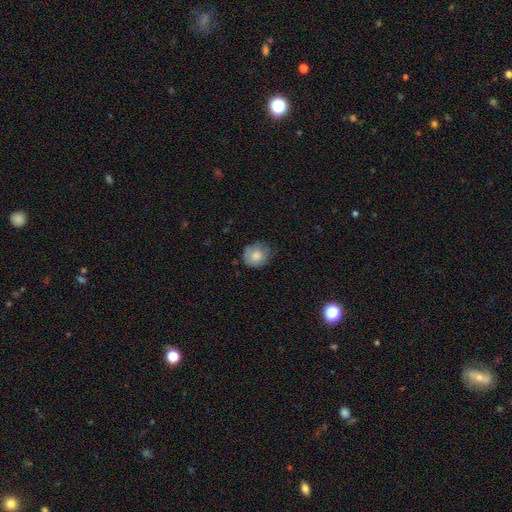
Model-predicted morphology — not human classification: A smooth galaxy with no disk features (76%) that is round (79%). Merging: none (67%).